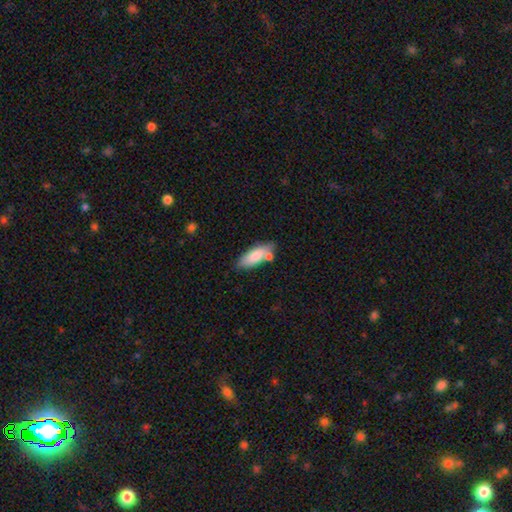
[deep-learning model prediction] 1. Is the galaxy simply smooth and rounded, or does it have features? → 81% smooth, 13% featured or disk, 6% star or artifact.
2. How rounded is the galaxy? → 72% in between, 26% cigar-shaped, 2% round.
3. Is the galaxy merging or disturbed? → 62% none, 18% minor disturbance, 16% merger, 4% major disturbance.